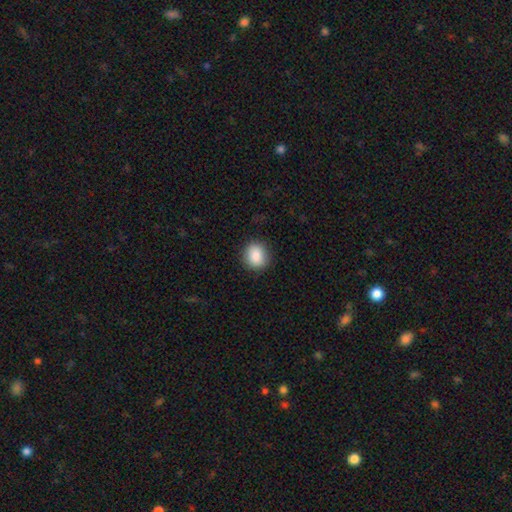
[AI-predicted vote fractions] Smooth or featured? Predicted: smooth (p=0.87). How rounded? Predicted: round (p=0.73). Merging? Predicted: none (p=0.87).